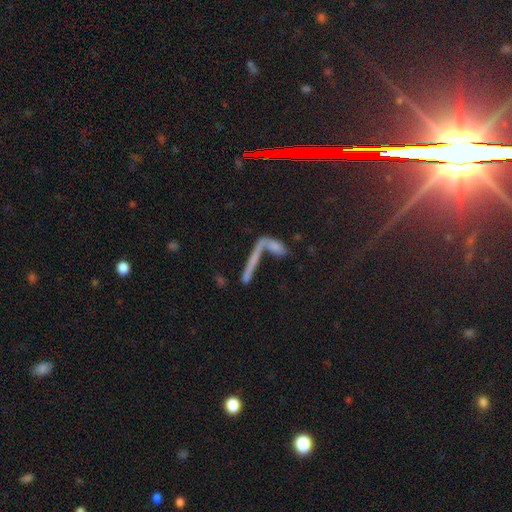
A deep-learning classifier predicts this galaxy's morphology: Smooth or featured? smooth (39%)
Merging? merger (40%)